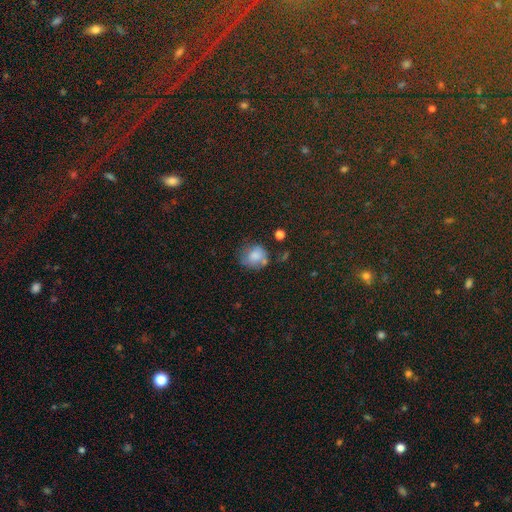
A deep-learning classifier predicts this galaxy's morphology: The model was most divided on "merging": none: 50%, minor disturbance: 29%, major disturbance: 13%, merger: 8%. More confident: smooth or featured — smooth (75%); how rounded — round (75%).